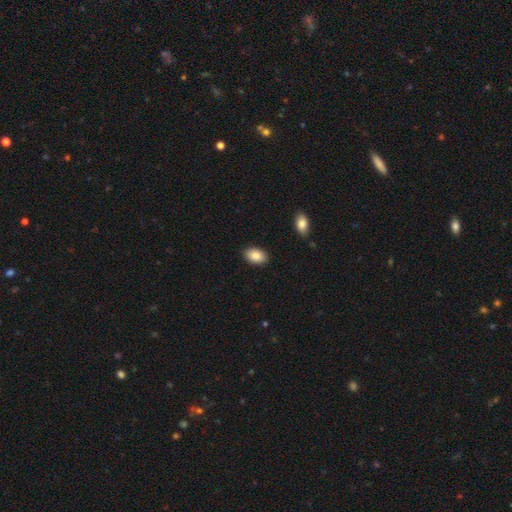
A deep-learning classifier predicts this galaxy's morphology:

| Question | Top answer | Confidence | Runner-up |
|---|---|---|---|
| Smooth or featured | smooth | 88% | star or artifact (7%) |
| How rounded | in between | 90% | round (9%) |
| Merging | none | 89% | minor disturbance (8%) |